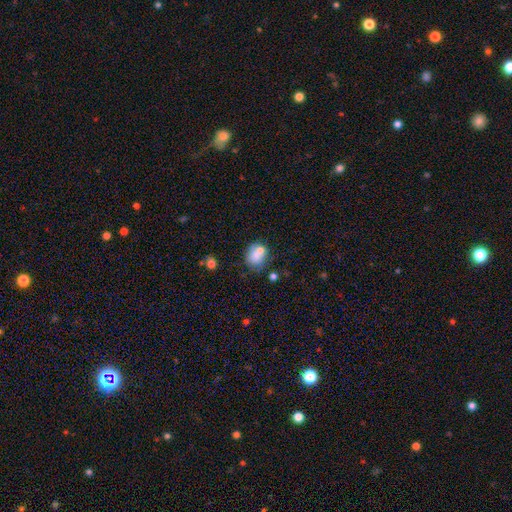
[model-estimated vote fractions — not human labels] Smooth or featured? Predicted: smooth (p=0.72). How rounded? Predicted: round (p=0.59). Merging? Predicted: none (p=0.44).